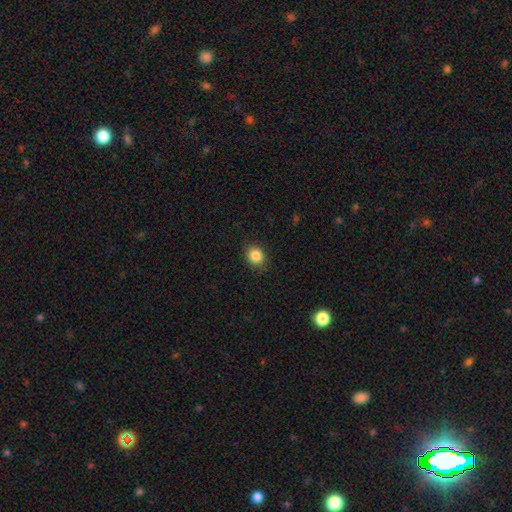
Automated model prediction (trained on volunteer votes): Overall: smooth (86%). How rounded: round (72%). Merging: none (88%).